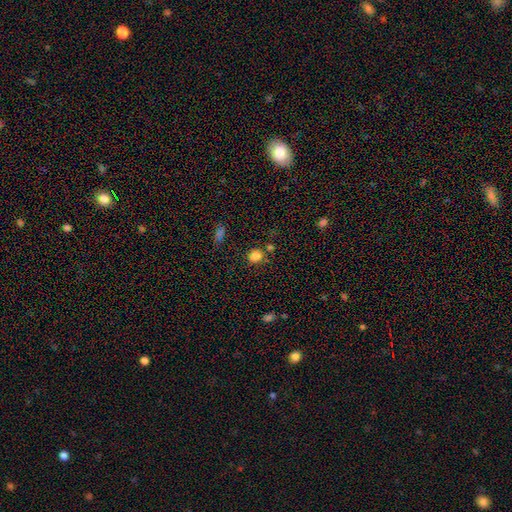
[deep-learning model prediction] Smooth or featured? Predicted: smooth (p=0.78). How rounded? Predicted: round (p=0.62). Merging? Predicted: none (p=0.65).